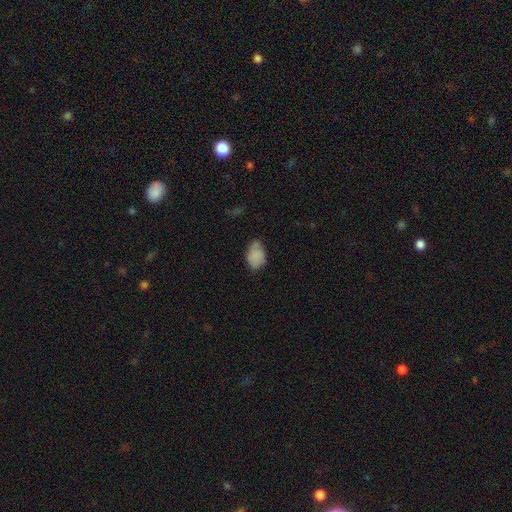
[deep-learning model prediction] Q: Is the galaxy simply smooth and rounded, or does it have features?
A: smooth — 81%.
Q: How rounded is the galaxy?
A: in between — 86%.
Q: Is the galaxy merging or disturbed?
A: none — 52%.